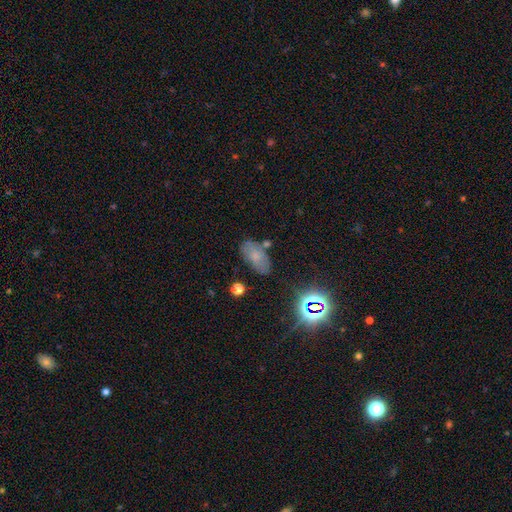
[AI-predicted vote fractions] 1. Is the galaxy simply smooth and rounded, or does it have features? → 61% smooth, 22% featured or disk, 17% star or artifact.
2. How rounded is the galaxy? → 91% in between, 6% round, 3% cigar-shaped.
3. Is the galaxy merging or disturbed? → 66% none, 20% minor disturbance, 7% merger, 6% major disturbance.